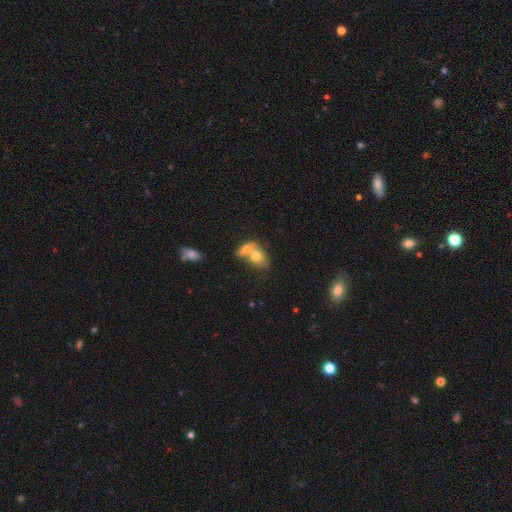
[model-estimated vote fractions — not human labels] This is likely a smooth galaxy (72%). How rounded: likely in between (69%). Merging: likely merger (70%).